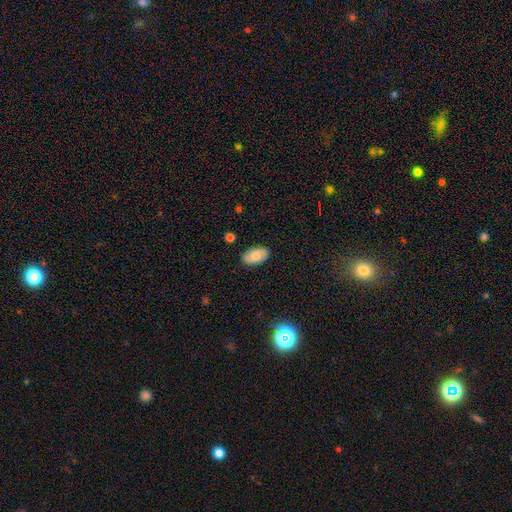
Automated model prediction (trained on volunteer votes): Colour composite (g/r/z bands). It shows a smooth galaxy with no disk features (65%) that is in between round and cigar-shaped (93%). Merging: none (85%).